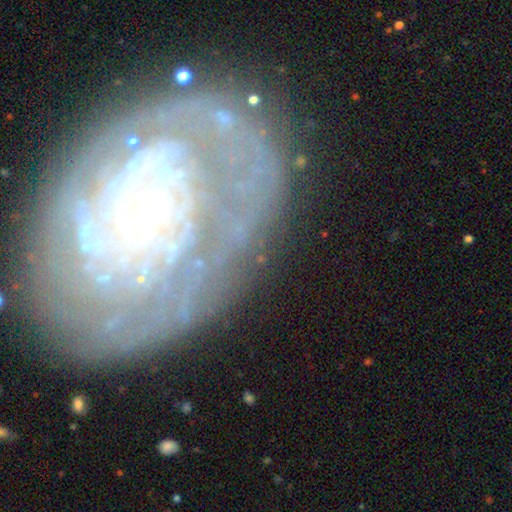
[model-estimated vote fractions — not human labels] This appears to be a featured or disk galaxy (80%) with no bar (63%), tight (72%) spiral arms (87%) and a small central bulge (80%). Merging: none (70%).